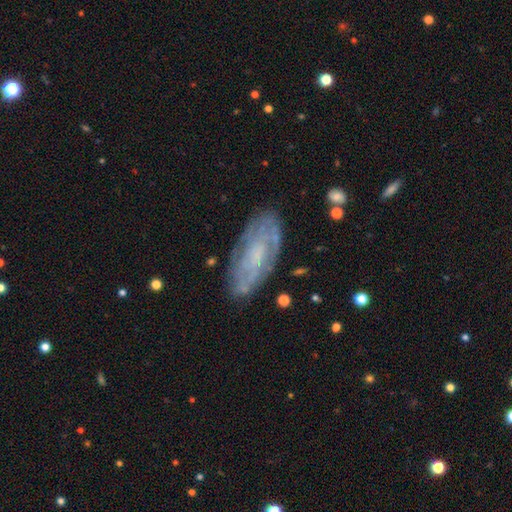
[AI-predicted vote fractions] Smooth or featured? featured or disk (66%)
Edge-on disk? no (88%)
Bar? no (67%)
Spiral arms? yes (74%)
Bulge size? none (35%, tied with small)
Merging? none (77%)